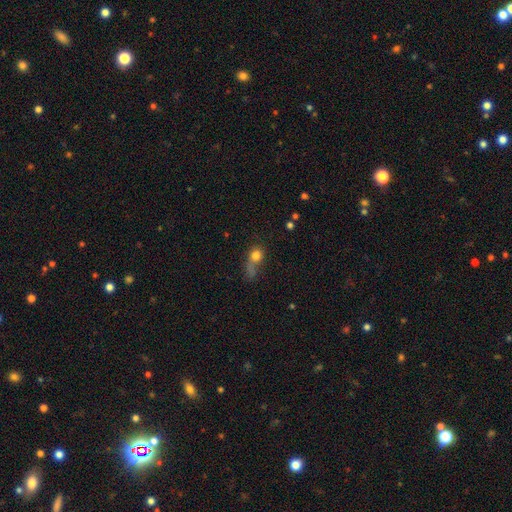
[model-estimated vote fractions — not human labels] smooth_or_featured: smooth (p=0.73) [alt: featured or disk p=0.14]
how_rounded: round (p=0.67) [alt: in between p=0.28]
merging: none (p=0.33) [alt: major disturbance p=0.27]